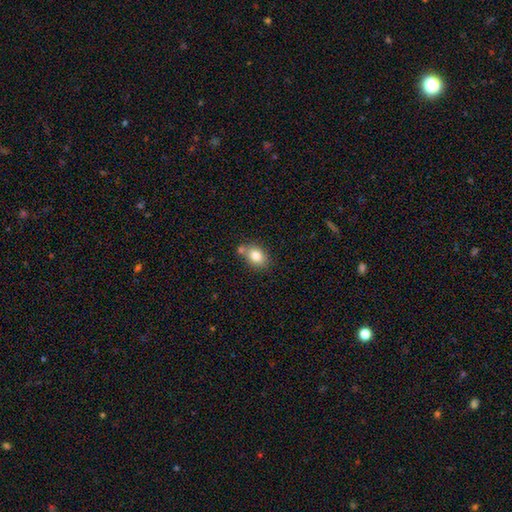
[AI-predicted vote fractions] Q: Smooth or featured?
A: smooth (82%); runner-up: star or artifact (9%)
Q: How rounded?
A: in between (70%); runner-up: round (28%)
Q: Merging?
A: none (64%); runner-up: merger (19%)